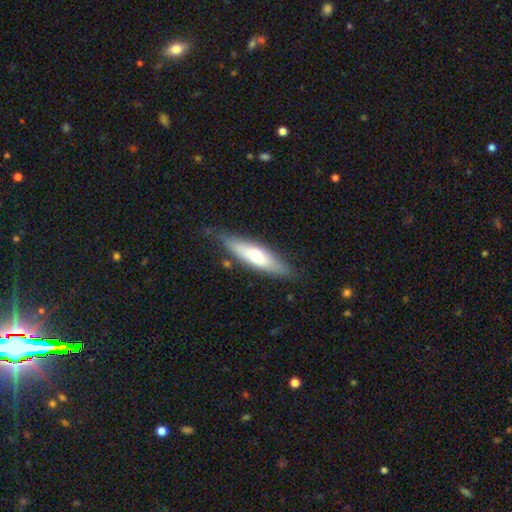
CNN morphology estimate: Smooth or featured? smooth (50%)
How rounded? cigar-shaped (75%)
Merging? none (76%)